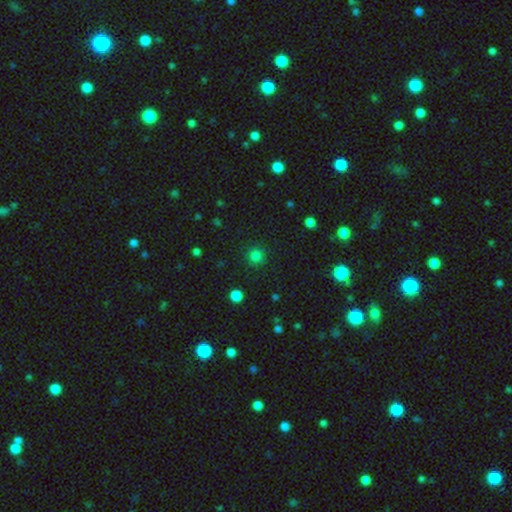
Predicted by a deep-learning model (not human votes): A smooth galaxy with no disk features (81%) that is round (94%).

Vote fractions:
- Smooth or featured? smooth: 81% / star or artifact: 15% / featured or disk: 4%
- How rounded? round: 94% / in between: 5% / cigar-shaped: 1%
- Merging? none: 90% / minor disturbance: 6% / major disturbance: 3% / merger: 1%